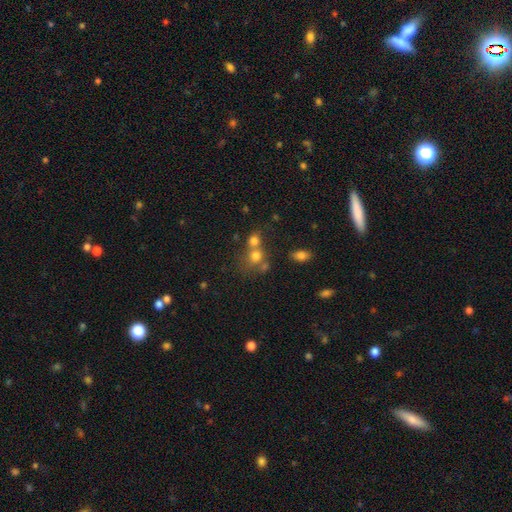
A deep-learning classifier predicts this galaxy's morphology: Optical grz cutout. It shows a smooth galaxy with no disk features (73%) that is round (77%). Merging: merger (46%).